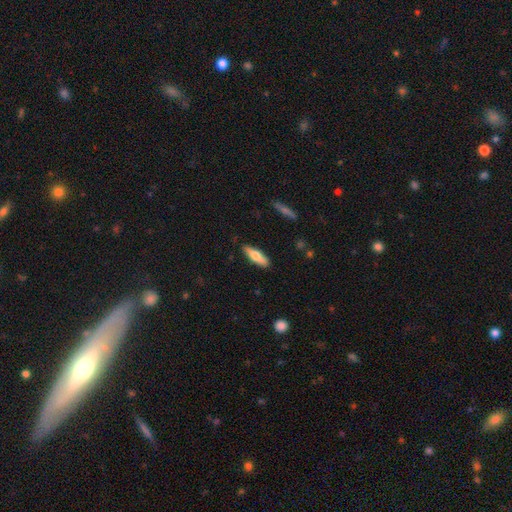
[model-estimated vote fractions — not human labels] Smooth or featured? smooth (64%)
How rounded? cigar-shaped (56%)
Merging? none (86%)